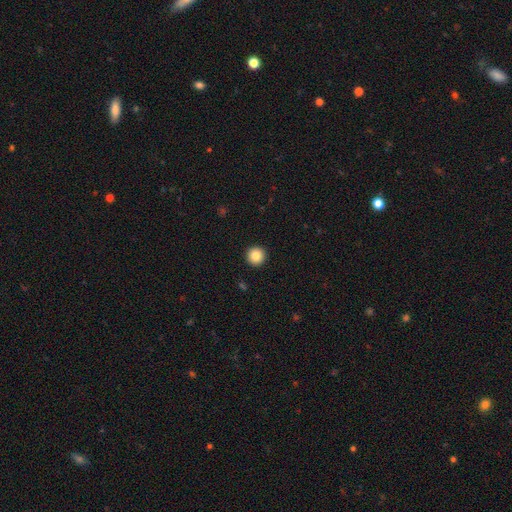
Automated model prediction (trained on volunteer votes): smooth_or_featured: smooth (p=0.84) [alt: star or artifact p=0.09]
how_rounded: round (p=0.96) [alt: in between p=0.03]
merging: none (p=0.94) [alt: minor disturbance p=0.04]